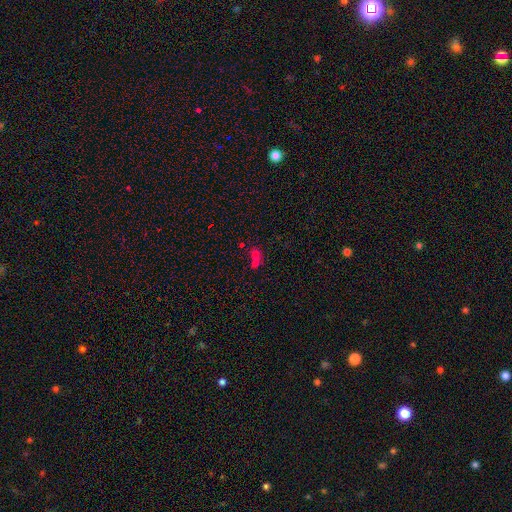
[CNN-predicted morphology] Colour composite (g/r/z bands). It shows a smooth galaxy with no disk features (58%) that is round (49%). Merging: merger (62%).